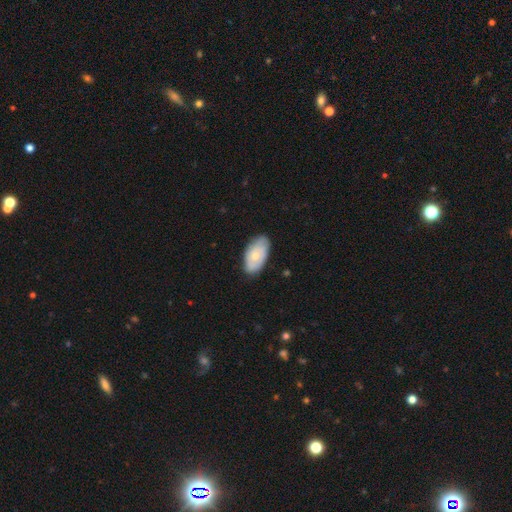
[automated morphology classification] Q: Smooth or featured?
A: smooth (57%); runner-up: featured or disk (38%)
Q: How rounded?
A: in between (94%); runner-up: round (4%)
Q: Merging?
A: none (76%); runner-up: minor disturbance (20%)